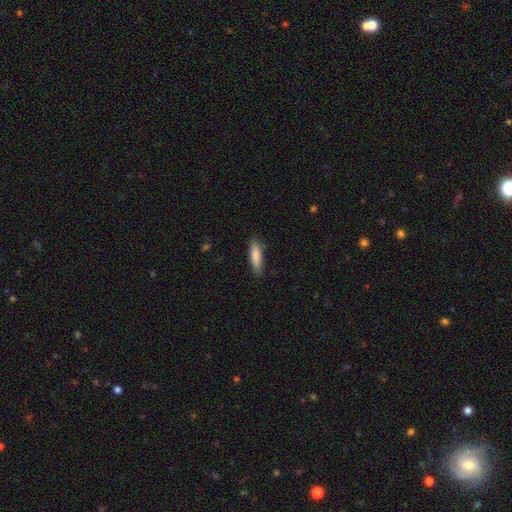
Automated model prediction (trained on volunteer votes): Smooth or featured: smooth — 83% (featured or disk — 11%)
How rounded: cigar-shaped — 71% (in between — 27%)
Merging: none — 84% (minor disturbance — 12%)